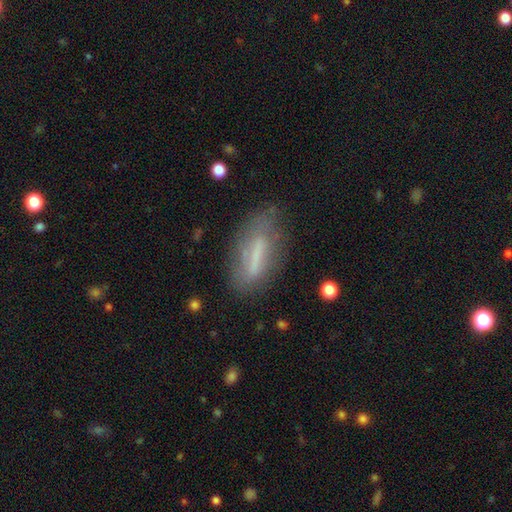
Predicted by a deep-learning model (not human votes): Smooth or featured?
  - smooth: 49% *
  - featured or disk: 41%
  - star or artifact: 10%
Merging?
  - none: 69% *
  - minor disturbance: 20%
  - major disturbance: 8%
  - merger: 3%